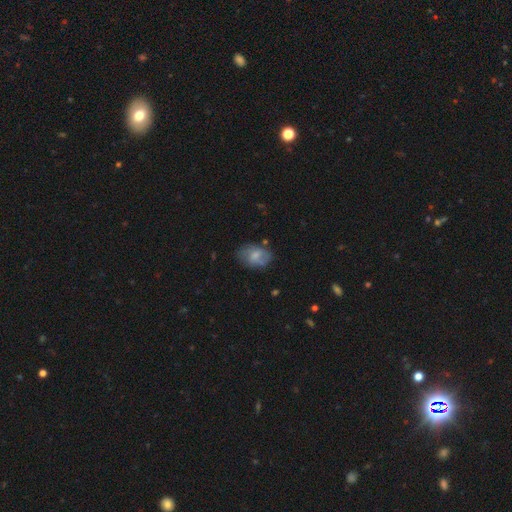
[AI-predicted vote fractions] Smooth or featured: smooth — 59% (featured or disk — 33%)
How rounded: in between — 80% (round — 19%)
Merging: none — 61% (minor disturbance — 26%)